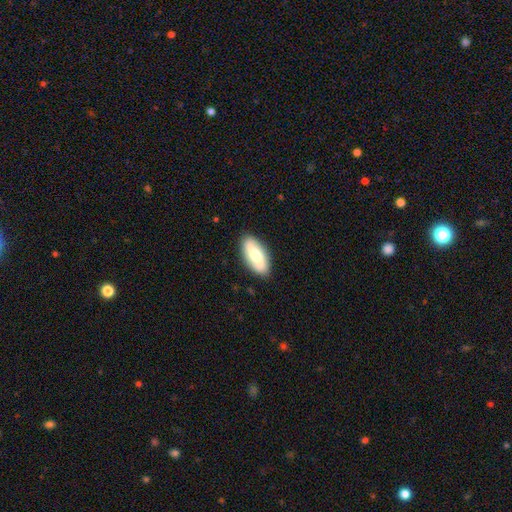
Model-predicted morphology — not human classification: Overall: smooth (48%; featured or disk 46%). Merging: none (88%).